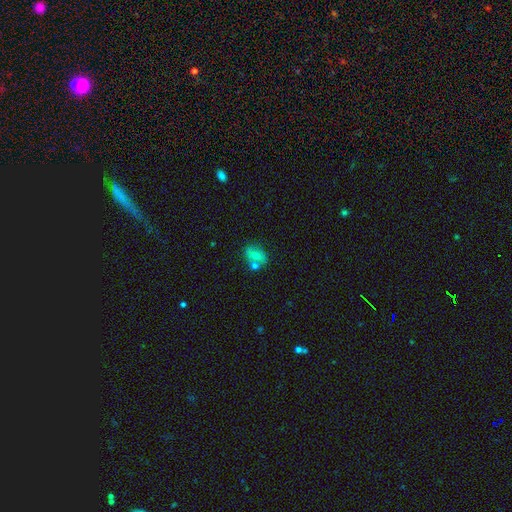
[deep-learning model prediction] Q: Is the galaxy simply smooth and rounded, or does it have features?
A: smooth — 60%.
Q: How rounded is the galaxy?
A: in between — 61%.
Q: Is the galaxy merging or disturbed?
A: none — 59%.